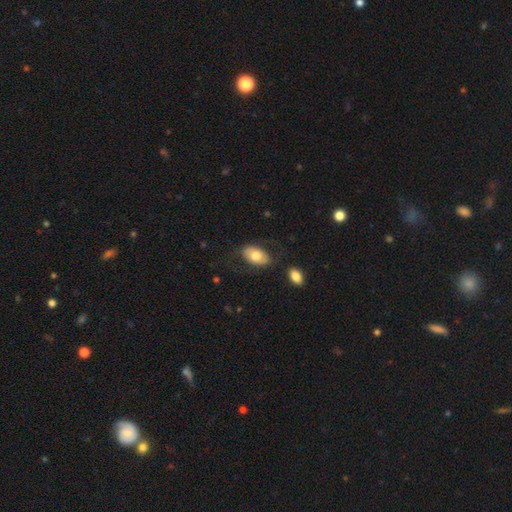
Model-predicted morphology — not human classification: type=smooth (72%); roundness=in between (93%); merging=none (74%).